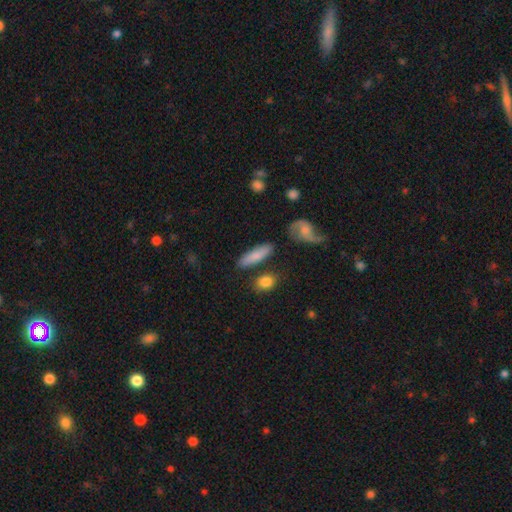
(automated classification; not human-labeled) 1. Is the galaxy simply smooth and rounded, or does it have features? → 75% smooth, 18% featured or disk, 7% star or artifact.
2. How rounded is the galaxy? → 59% cigar-shaped, 37% in between, 4% round.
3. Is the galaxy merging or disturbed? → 77% none, 12% minor disturbance, 7% merger, 4% major disturbance.